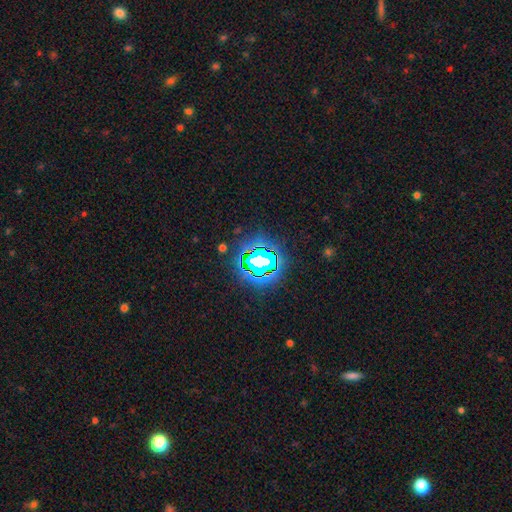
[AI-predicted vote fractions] A star or artifact, not a galaxy (74%).